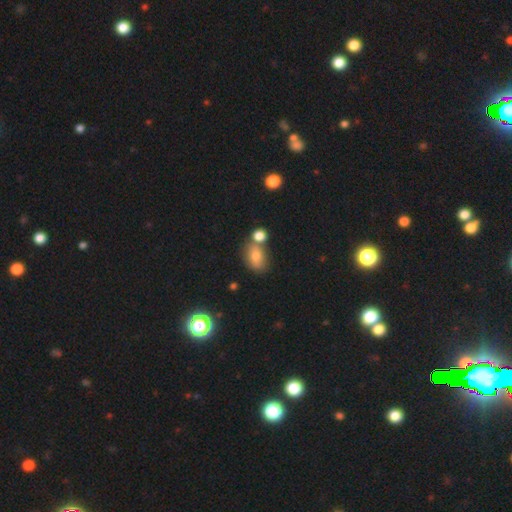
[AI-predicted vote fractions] A smooth galaxy with no disk features (74%) that is in between round and cigar-shaped (73%).

Vote fractions:
- Smooth or featured? smooth: 74% / star or artifact: 13% / featured or disk: 13%
- How rounded? in between: 73% / round: 25% / cigar-shaped: 2%
- Merging? none: 53% / merger: 27% / minor disturbance: 15% / major disturbance: 5%